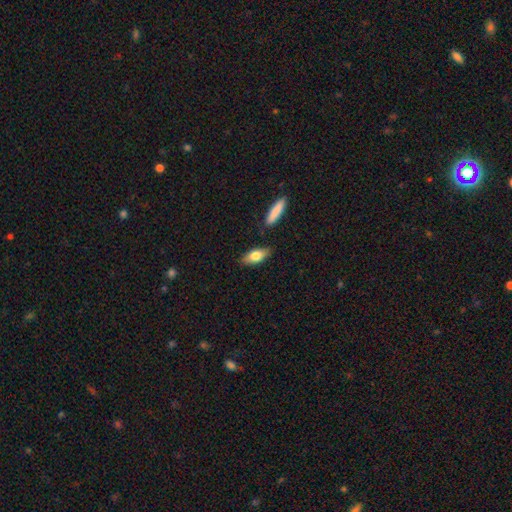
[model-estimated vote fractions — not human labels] Overall: smooth (76%). How rounded: in between (78%). Merging: none (82%).